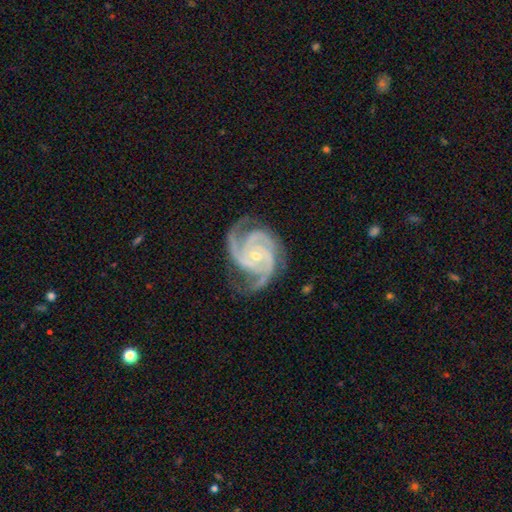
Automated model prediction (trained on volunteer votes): Smooth or featured? Predicted: featured or disk (p=0.94). Edge-on disk? Predicted: no (p=0.99). Bar? Predicted: no (p=0.65). Spiral arms? Predicted: yes (p=0.99). Spiral winding? Predicted: tight (p=0.59). Spiral arm count? Predicted: 3 (p=0.70). Bulge size? Predicted: small (p=0.68). Merging? Predicted: none (p=0.73).